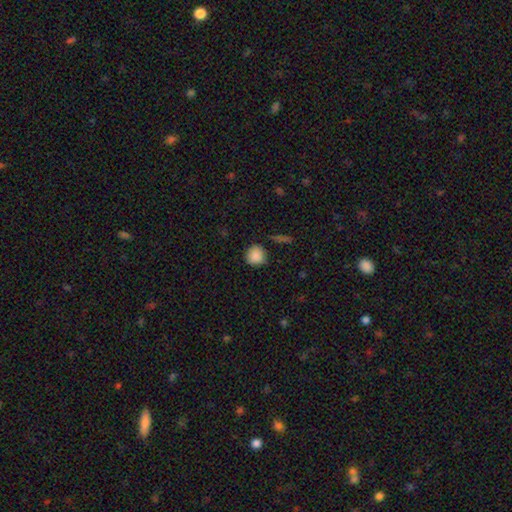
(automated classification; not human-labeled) A smooth galaxy with no disk features (86%) that is round (90%).

Vote fractions:
- Smooth or featured? smooth: 86% / star or artifact: 9% / featured or disk: 5%
- How rounded? round: 90% / in between: 9% / cigar-shaped: 1%
- Merging? none: 76% / minor disturbance: 18% / major disturbance: 3% / merger: 3%